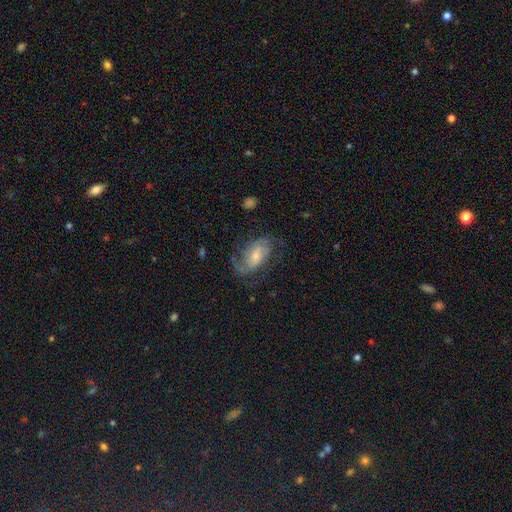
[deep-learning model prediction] This appears to be a featured or disk galaxy (78%) with a weak bar (44%), 2 (61%) medium (48%) spiral arms (94%) and a small central bulge (45%). Merging: none (66%).